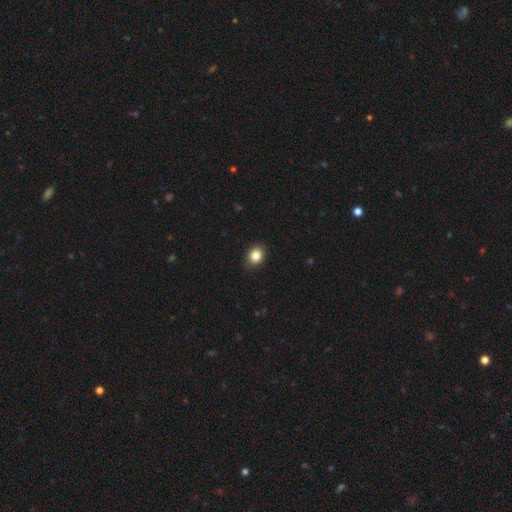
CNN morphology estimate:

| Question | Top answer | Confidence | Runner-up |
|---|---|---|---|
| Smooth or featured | smooth | 85% | star or artifact (10%) |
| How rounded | round | 54% | in between (45%) |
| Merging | none | 88% | minor disturbance (9%) |